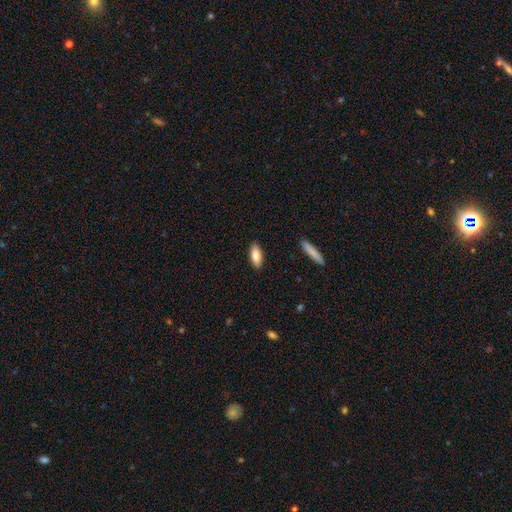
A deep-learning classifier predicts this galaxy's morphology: Overall: smooth (84%). How rounded: in between (77%). Merging: none (89%).